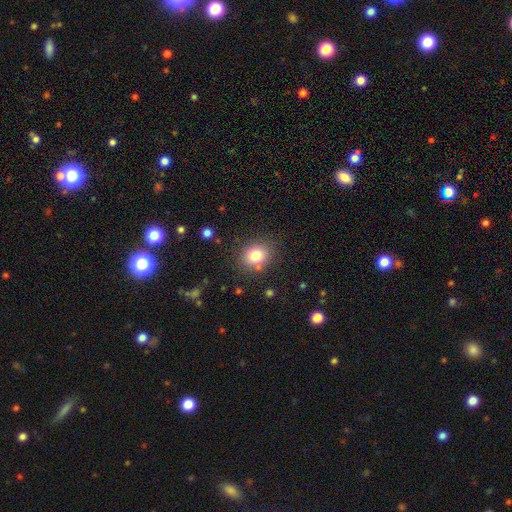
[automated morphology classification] smooth-or-featured: smooth: 80% | star or artifact: 11% | featured or disk: 9%
  how-rounded: round: 65% | in between: 34% | cigar-shaped: 1%
  merging: none: 80% | minor disturbance: 12% | merger: 5% | major disturbance: 4%